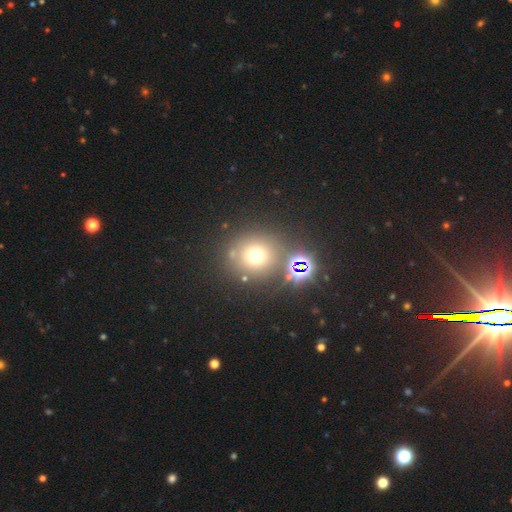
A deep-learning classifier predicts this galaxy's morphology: This appears to be a smooth galaxy with no disk features (63%) that is round (90%). Merging: none (76%).